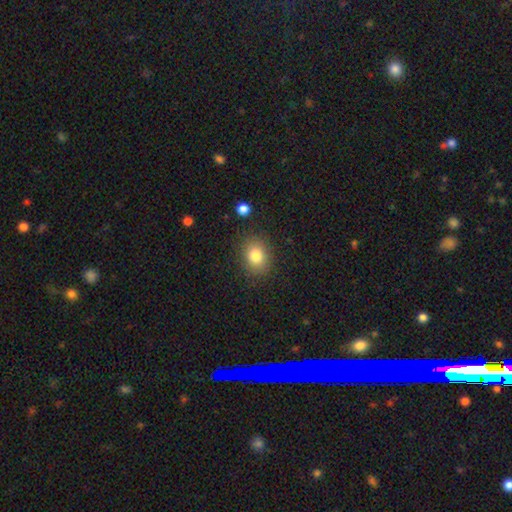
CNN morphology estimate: This is clearly a smooth galaxy (81%). How rounded: possibly round (53%). Merging: clearly none (84%).